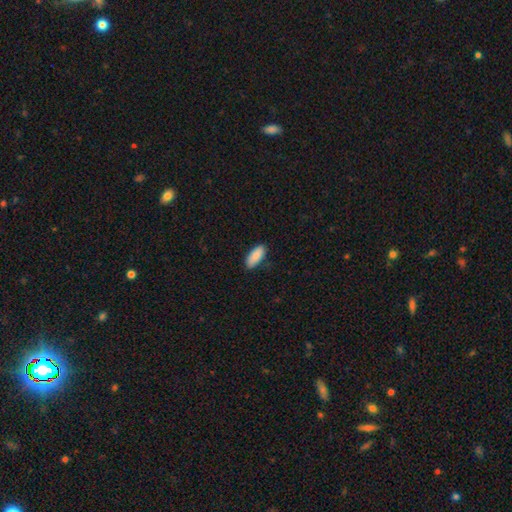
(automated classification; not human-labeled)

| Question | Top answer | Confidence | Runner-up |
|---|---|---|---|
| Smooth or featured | smooth | 89% | star or artifact (6%) |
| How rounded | in between | 85% | cigar-shaped (14%) |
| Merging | none | 84% | minor disturbance (13%) |